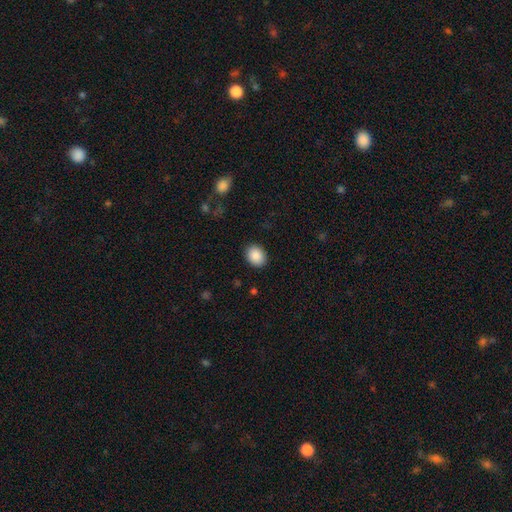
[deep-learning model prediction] The model was most divided on "how rounded": in between: 59%, round: 41%, cigar-shaped: 1%. More confident: merging — none (89%); smooth or featured — smooth (89%).